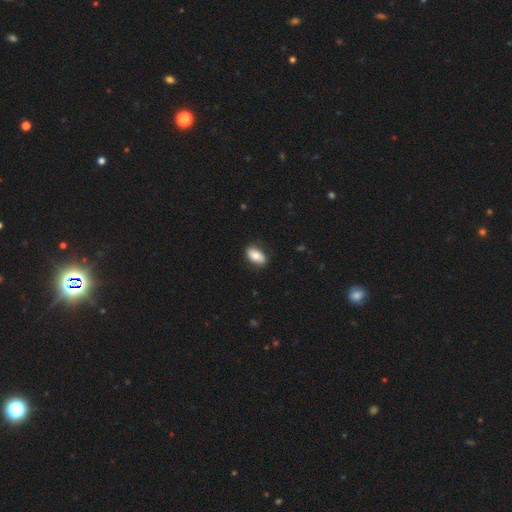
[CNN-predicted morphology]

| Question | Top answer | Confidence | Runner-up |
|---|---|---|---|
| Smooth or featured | smooth | 72% | featured or disk (21%) |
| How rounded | in between | 91% | round (6%) |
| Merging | none | 80% | minor disturbance (16%) |